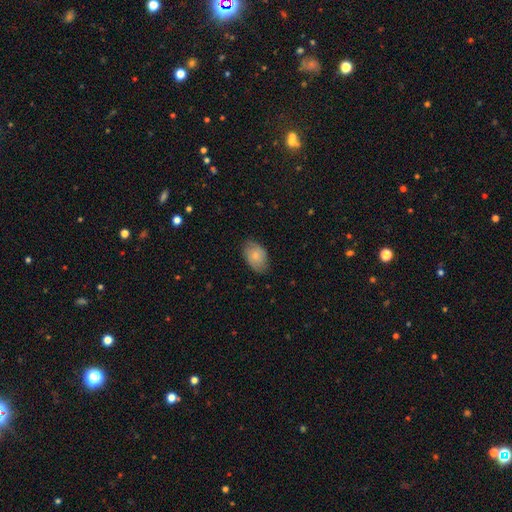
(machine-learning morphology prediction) A smooth galaxy with no disk features (72%) that is in between round and cigar-shaped (87%). Merging: none (76%).